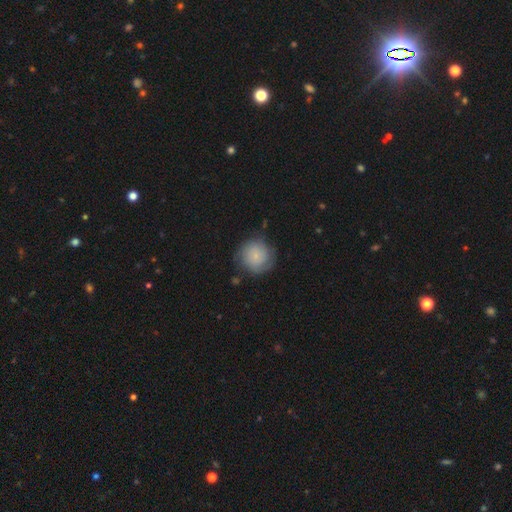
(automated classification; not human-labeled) smooth-or-featured: smooth: 54% | featured or disk: 38% | star or artifact: 8%
  how-rounded: round: 92% | in between: 7% | cigar-shaped: 1%
  merging: none: 73% | minor disturbance: 18% | major disturbance: 7% | merger: 2%